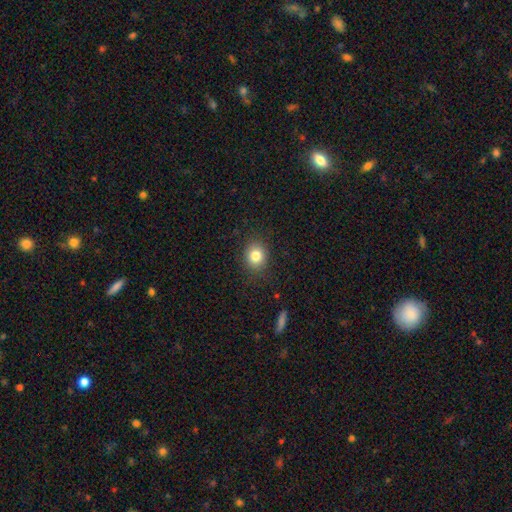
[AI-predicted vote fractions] Smooth or featured: smooth — 82% (star or artifact — 11%)
How rounded: round — 66% (in between — 33%)
Merging: none — 86% (minor disturbance — 9%)